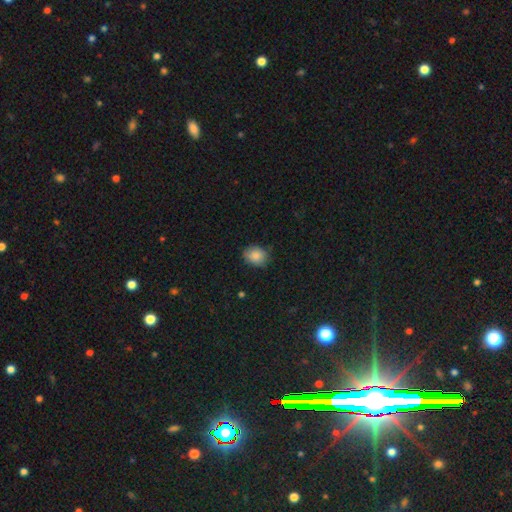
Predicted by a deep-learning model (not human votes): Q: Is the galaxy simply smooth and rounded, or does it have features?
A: smooth — 87%.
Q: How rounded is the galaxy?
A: round — 53%.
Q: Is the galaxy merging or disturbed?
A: none — 77%.